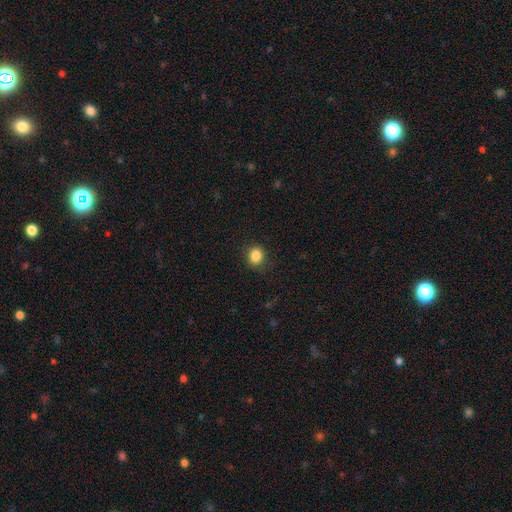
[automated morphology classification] The model was most divided on "how rounded": round: 62%, in between: 37%, cigar-shaped: 1%. More confident: smooth or featured — smooth (86%); merging — none (85%).